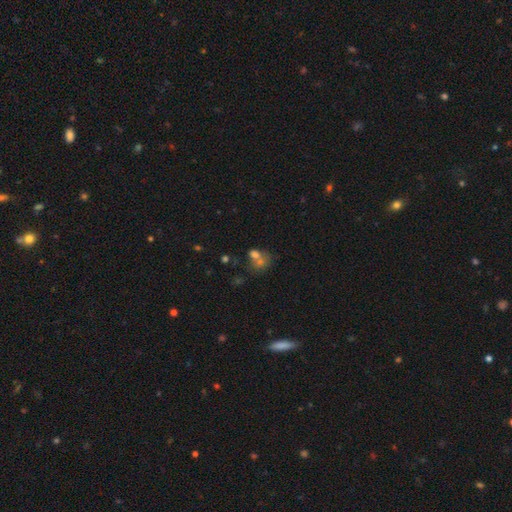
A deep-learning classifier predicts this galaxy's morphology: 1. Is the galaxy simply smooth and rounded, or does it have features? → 55% smooth, 26% star or artifact, 20% featured or disk.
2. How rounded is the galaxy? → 57% round, 41% in between, 2% cigar-shaped.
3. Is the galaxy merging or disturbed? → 49% merger, 33% none, 10% minor disturbance, 8% major disturbance.